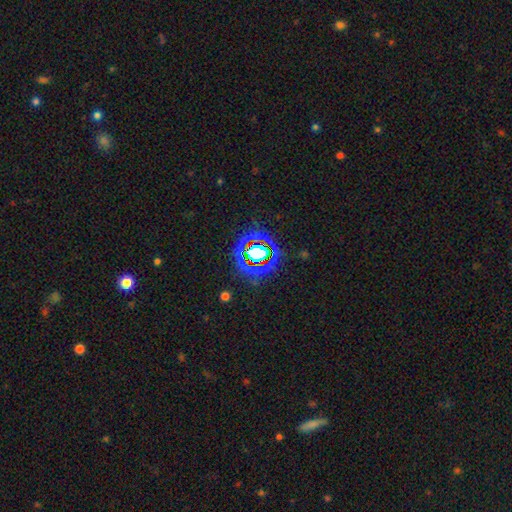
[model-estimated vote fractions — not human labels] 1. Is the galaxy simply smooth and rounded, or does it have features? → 72% star or artifact, 16% smooth, 12% featured or disk.